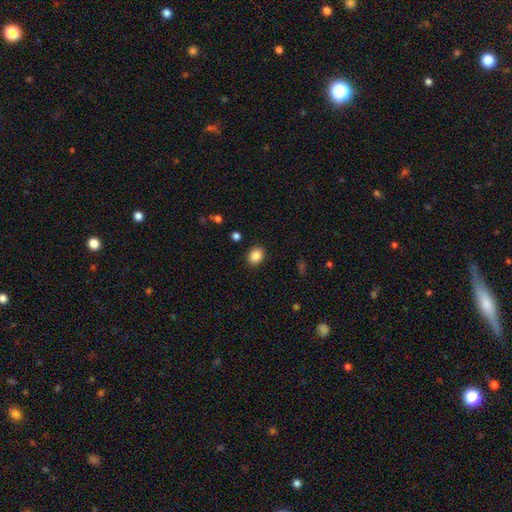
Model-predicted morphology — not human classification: The model was most divided on "how rounded": in between: 54%, round: 45%, cigar-shaped: 1%. More confident: merging — none (89%); smooth or featured — smooth (87%).